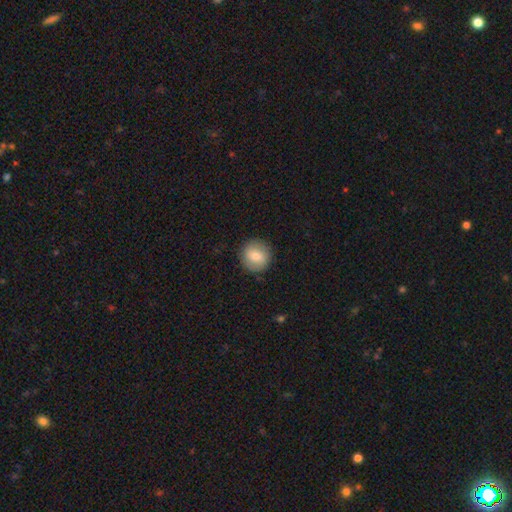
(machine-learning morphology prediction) A smooth galaxy with no disk features (77%) that is round (93%).

Vote fractions:
- Smooth or featured? smooth: 77% / featured or disk: 16% / star or artifact: 8%
- How rounded? round: 93% / in between: 6% / cigar-shaped: 1%
- Merging? none: 89% / minor disturbance: 7% / major disturbance: 2% / merger: 1%